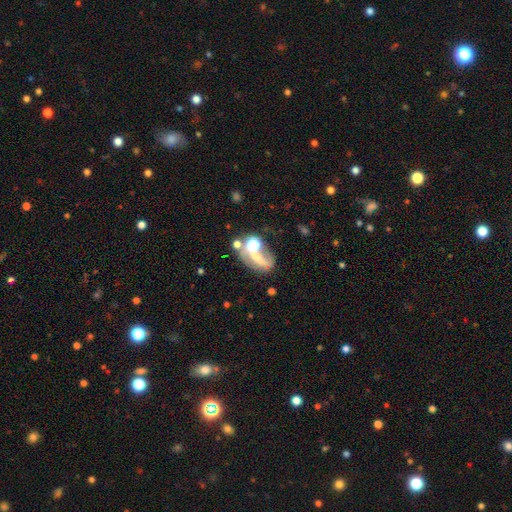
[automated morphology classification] Q: Smooth or featured?
A: featured or disk (45%); runner-up: smooth (33%)
Q: Merging?
A: none (29%); runner-up: major disturbance (28%)